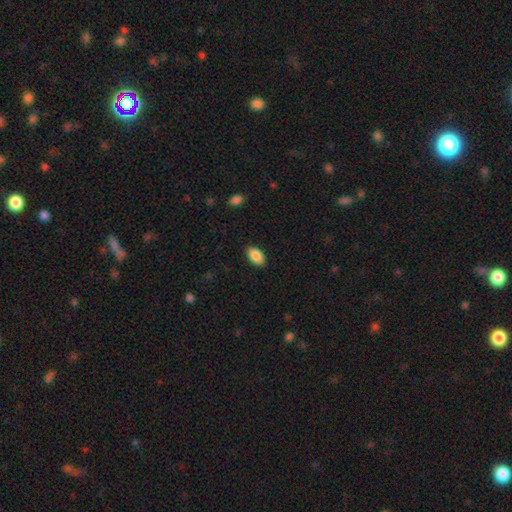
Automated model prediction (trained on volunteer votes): This appears to be a smooth galaxy with no disk features (88%) that is in between round and cigar-shaped (94%). Merging: none (88%).